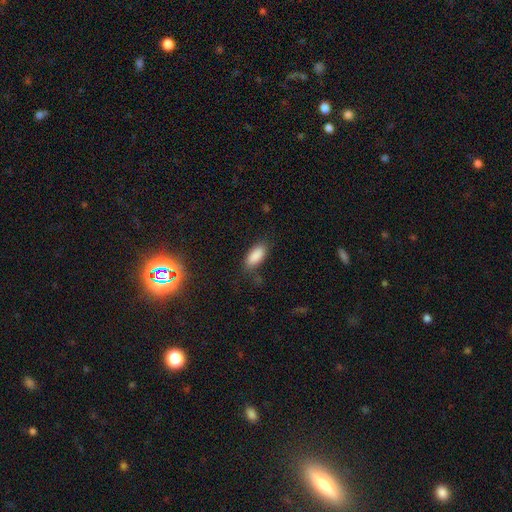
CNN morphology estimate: A smooth galaxy with no disk features (88%) that is in between round and cigar-shaped (89%). Merging: none (74%).